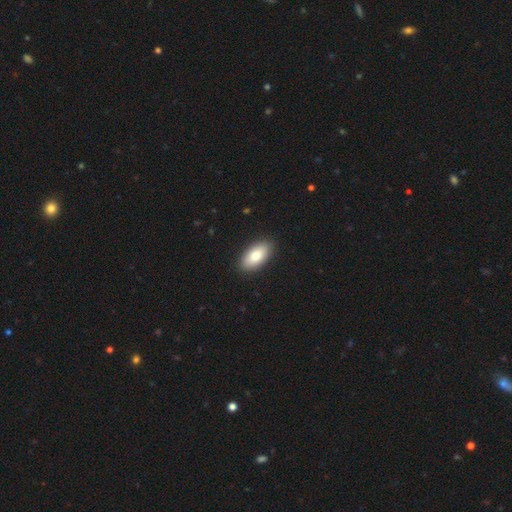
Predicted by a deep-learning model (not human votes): Overall: smooth (83%). How rounded: in between (92%). Merging: none (90%).